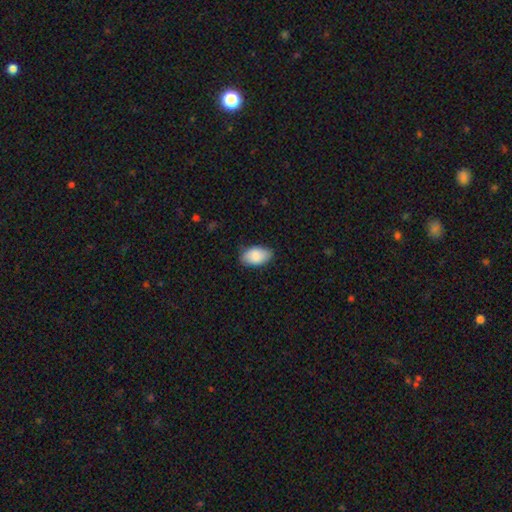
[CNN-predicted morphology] This appears to be a smooth galaxy with no disk features (88%) that is in between round and cigar-shaped (94%). Merging: none (81%).